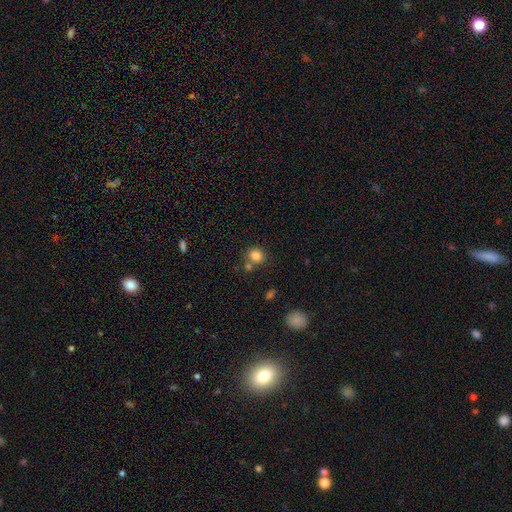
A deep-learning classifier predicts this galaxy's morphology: type=smooth (82%); roundness=round (81%); merging=none (66%).